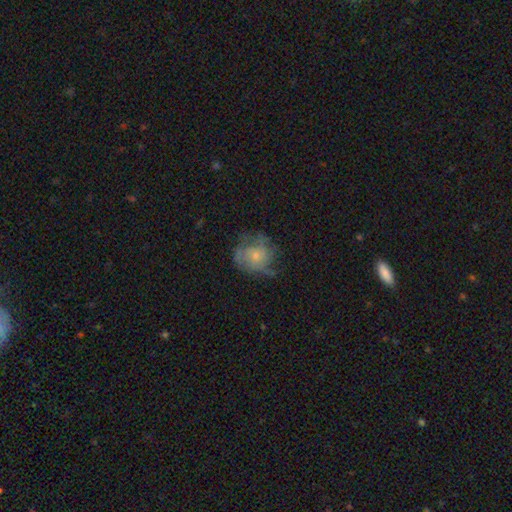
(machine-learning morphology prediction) smooth-or-featured: smooth: 47% | featured or disk: 44% | star or artifact: 10%
  merging: none: 47% | minor disturbance: 28% | major disturbance: 23% | merger: 2%